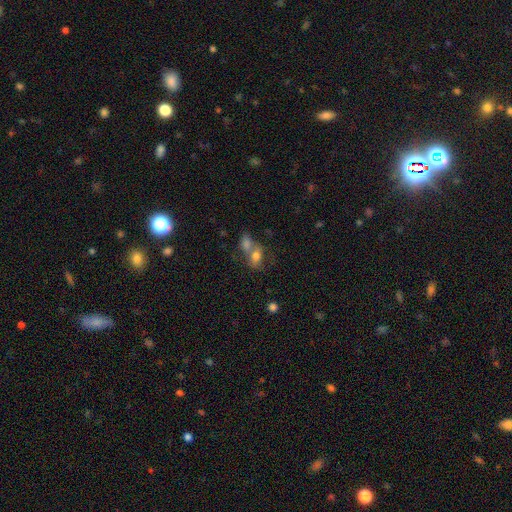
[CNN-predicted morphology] A smooth galaxy with no disk features (50%) that is in between round and cigar-shaped (53%).

Vote fractions:
- Smooth or featured? smooth: 50% / featured or disk: 28% / star or artifact: 21%
- How rounded? in between: 53% / round: 43% / cigar-shaped: 4%
- Merging? merger: 58% / none: 28% / minor disturbance: 8% / major disturbance: 6%